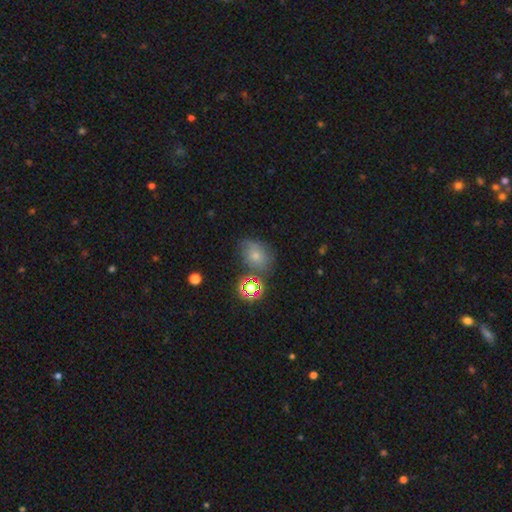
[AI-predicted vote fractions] Morphology: type=smooth (64%); roundness=in between (55%); merging=none (62%).